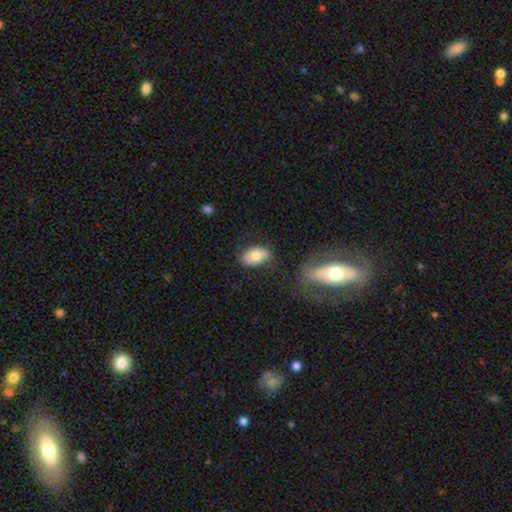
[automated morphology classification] Smooth or featured? smooth (71%)
How rounded? in between (90%)
Merging? none (68%)